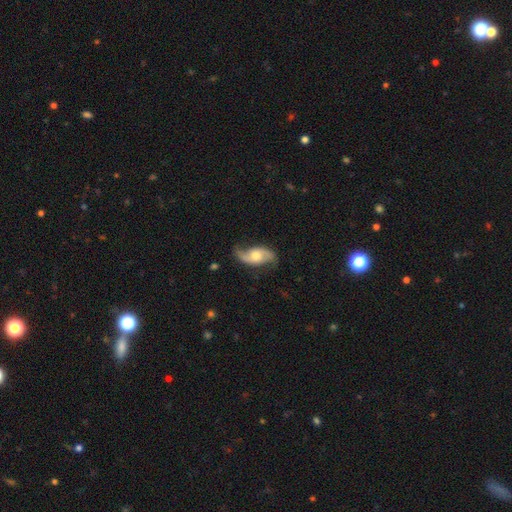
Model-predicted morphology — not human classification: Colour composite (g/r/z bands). It shows a featured or disk galaxy (79%) with no bar (63%), 2 (90%) loose (70%) spiral arms (94%) and a moderate central bulge (62%). Merging: none (70%).